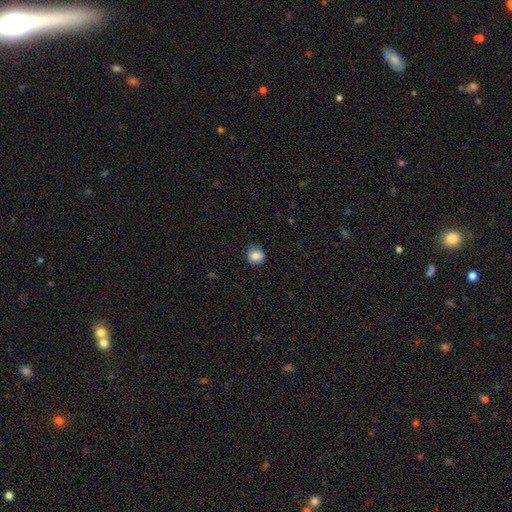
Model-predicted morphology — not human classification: A smooth galaxy with no disk features (84%) that is round (86%).

Vote fractions:
- Smooth or featured? smooth: 84% / star or artifact: 9% / featured or disk: 7%
- How rounded? round: 86% / in between: 13% / cigar-shaped: 1%
- Merging? none: 83% / minor disturbance: 13% / major disturbance: 3% / merger: 1%